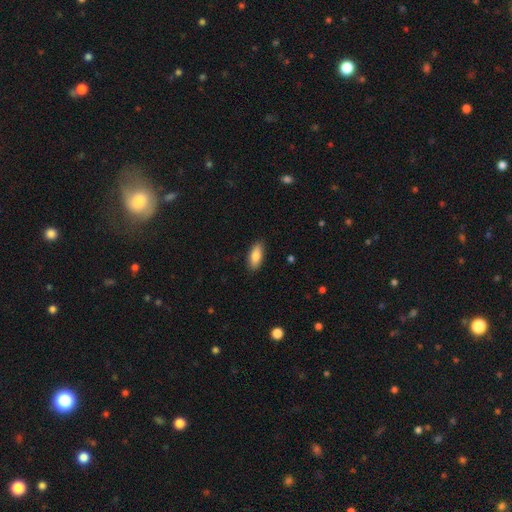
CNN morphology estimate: Overall: smooth (84%). How rounded: in between (79%). Merging: none (88%).